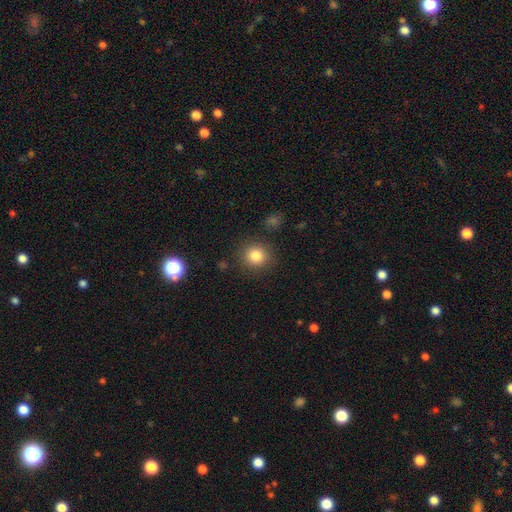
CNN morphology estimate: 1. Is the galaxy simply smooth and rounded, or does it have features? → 83% smooth, 11% star or artifact, 6% featured or disk.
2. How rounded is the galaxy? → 88% round, 11% in between, 1% cigar-shaped.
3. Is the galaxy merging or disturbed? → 87% none, 8% minor disturbance, 3% major disturbance, 2% merger.